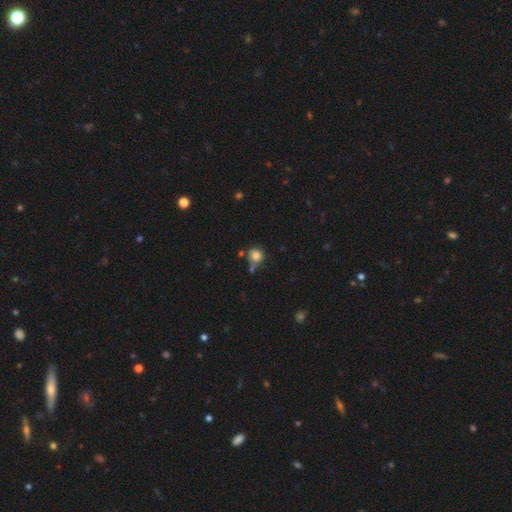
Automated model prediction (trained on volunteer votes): Smooth or featured?
  - smooth: 81% *
  - star or artifact: 11%
  - featured or disk: 8%
How rounded?
  - round: 85% *
  - in between: 13%
  - cigar-shaped: 1%
Merging?
  - none: 59% *
  - merger: 18%
  - minor disturbance: 17%
  - major disturbance: 6%